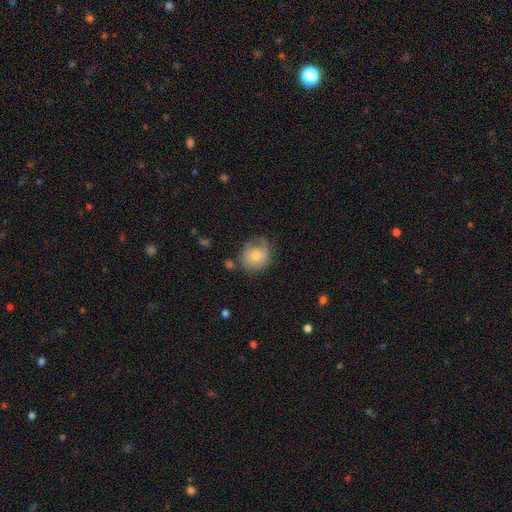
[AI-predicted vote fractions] A smooth galaxy with no disk features (59%) that is round (78%). Merging: none (54%).